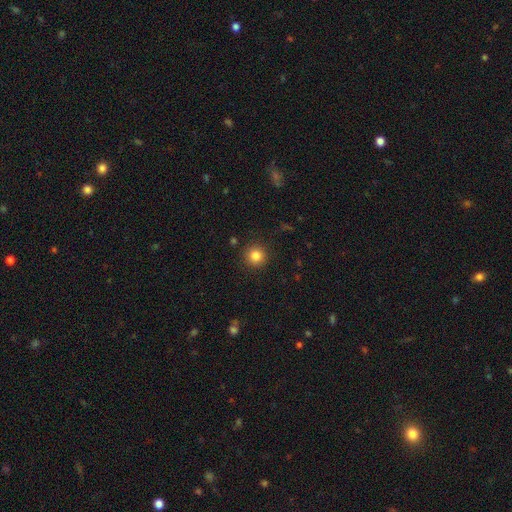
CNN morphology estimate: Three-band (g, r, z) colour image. It shows a smooth galaxy with no disk features (84%) that is round (95%). Merging: none (91%).